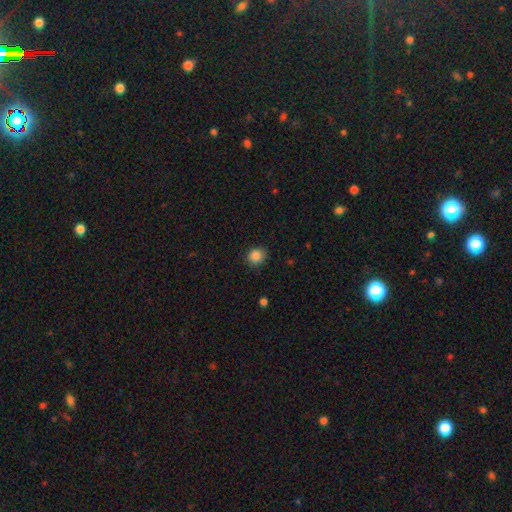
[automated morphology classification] The model was most divided on "how rounded": round: 83%, in between: 16%, cigar-shaped: 1%. More confident: smooth or featured — smooth (87%); merging — none (86%).